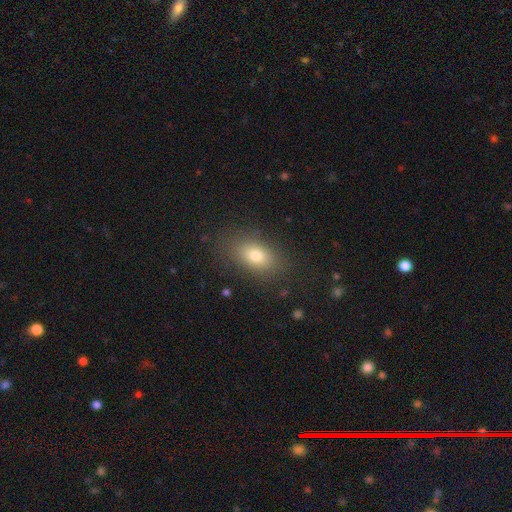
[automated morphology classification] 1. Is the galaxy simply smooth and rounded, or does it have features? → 77% smooth, 12% featured or disk, 11% star or artifact.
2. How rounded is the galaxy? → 84% in between, 12% round, 3% cigar-shaped.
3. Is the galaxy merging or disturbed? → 85% none, 10% minor disturbance, 4% major disturbance, 1% merger.